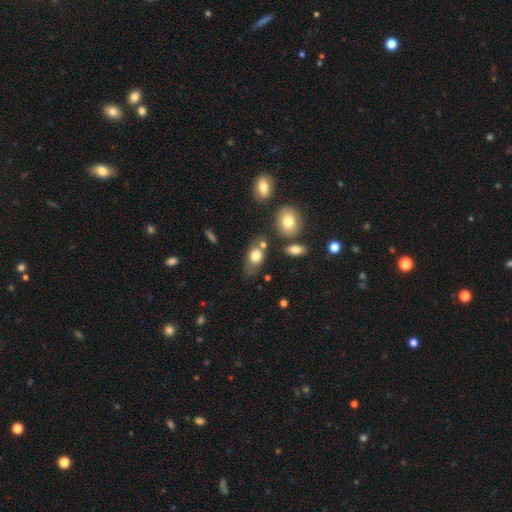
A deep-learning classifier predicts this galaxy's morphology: This is likely a smooth galaxy (77%). How rounded: likely in between (78%). Merging: possibly none (58%).